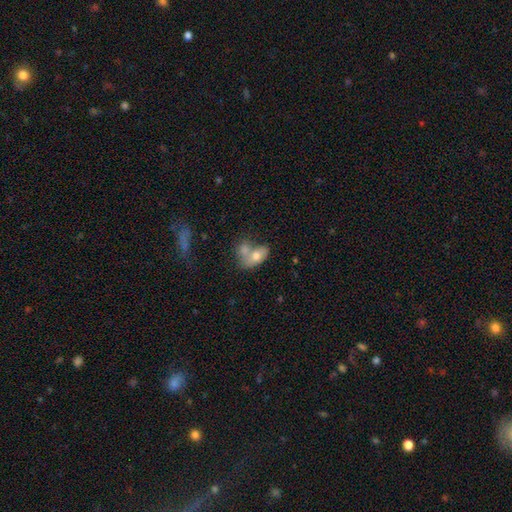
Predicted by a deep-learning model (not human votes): This appears to be a smooth galaxy with no disk features (64%) that is in between round and cigar-shaped (82%). Merging: merger (59%).